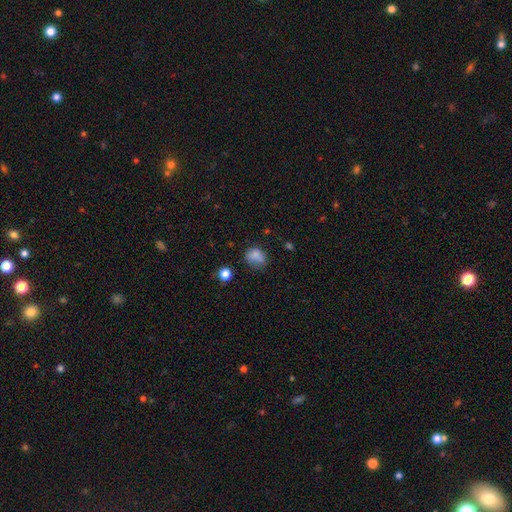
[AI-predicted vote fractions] smooth-or-featured: smooth: 78% | star or artifact: 13% | featured or disk: 9%
  how-rounded: in between: 58% | round: 41% | cigar-shaped: 1%
  merging: none: 50% | minor disturbance: 30% | major disturbance: 14% | merger: 6%